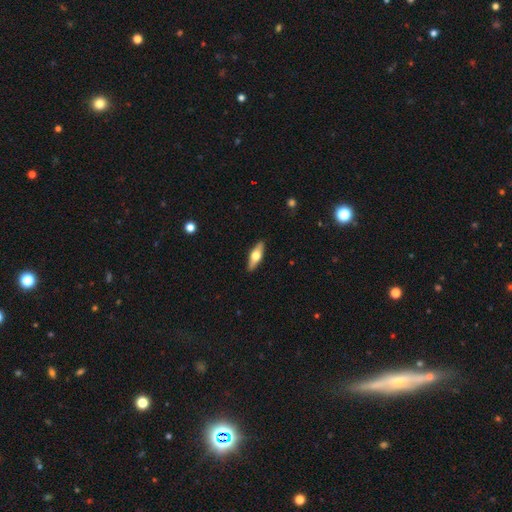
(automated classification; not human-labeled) Overall: smooth (49%; featured or disk 45%). Merging: none (90%).